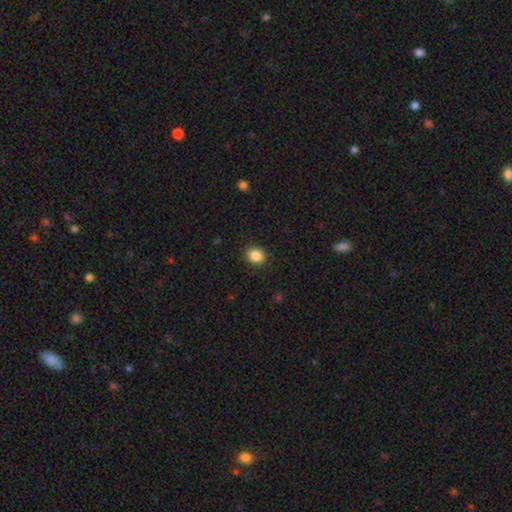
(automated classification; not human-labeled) Overall: smooth (87%). How rounded: round (64%; in between 36%). Merging: none (89%).